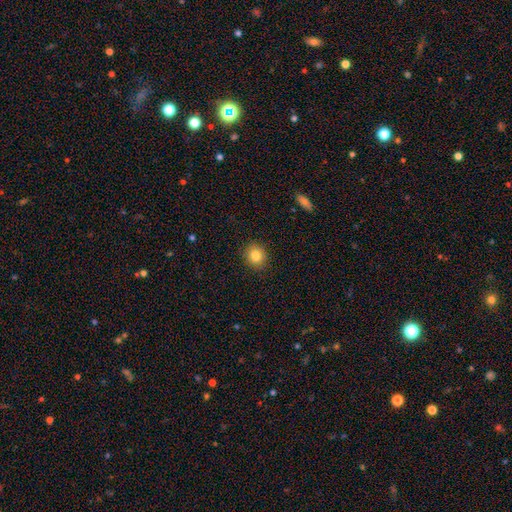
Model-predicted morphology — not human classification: Overall: smooth (83%). How rounded: round (81%). Merging: none (91%).